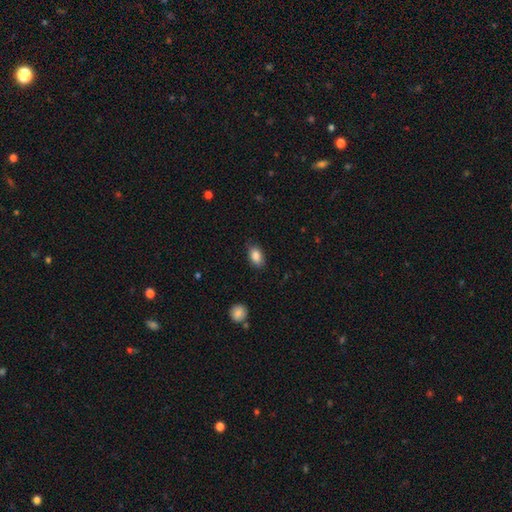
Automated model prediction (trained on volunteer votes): Smooth or featured: smooth — 87% (star or artifact — 8%)
How rounded: in between — 89% (round — 9%)
Merging: none — 80% (minor disturbance — 16%)